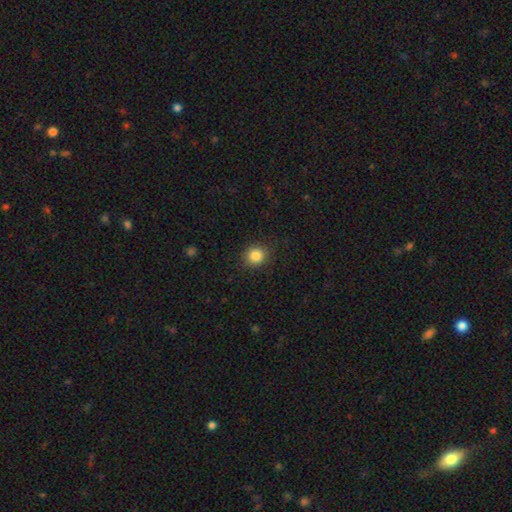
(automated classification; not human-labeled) The model was most divided on "how rounded": round: 83%, in between: 16%, cigar-shaped: 1%. More confident: merging — none (89%); smooth or featured — smooth (84%).